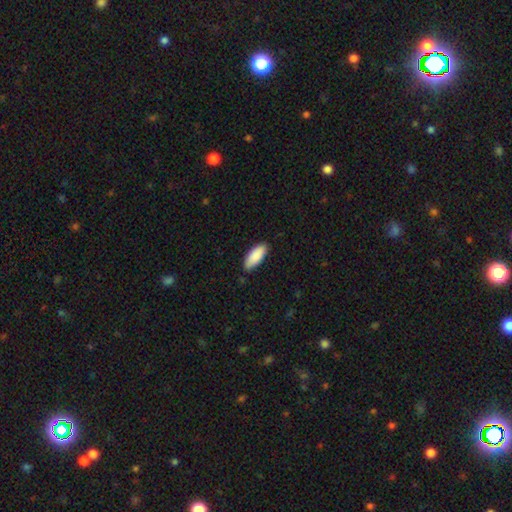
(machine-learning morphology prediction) This appears to be a smooth galaxy with no disk features (89%) that is in between round and cigar-shaped (83%). Merging: none (84%).